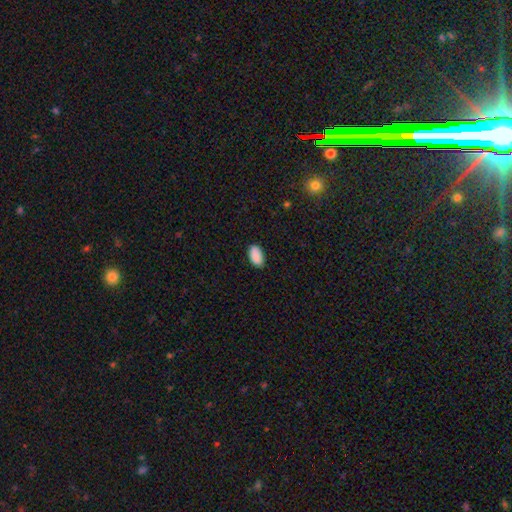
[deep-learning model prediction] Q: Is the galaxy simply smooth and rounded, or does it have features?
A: smooth — 90%.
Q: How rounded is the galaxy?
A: in between — 95%.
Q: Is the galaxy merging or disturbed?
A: none — 86%.